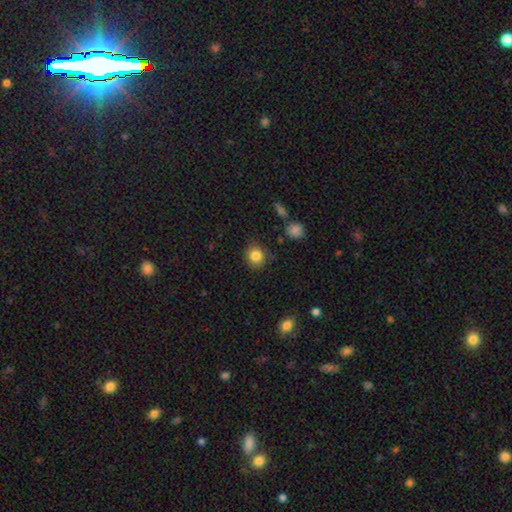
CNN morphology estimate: Overall: smooth (84%). How rounded: round (85%). Merging: none (82%).